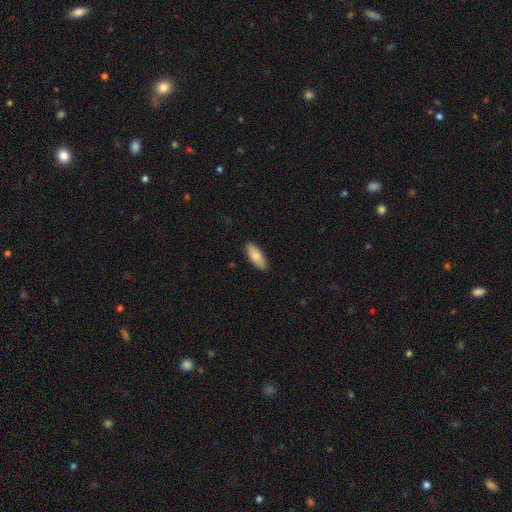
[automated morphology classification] smooth-or-featured: smooth: 83% | featured or disk: 11% | star or artifact: 6%
  how-rounded: in between: 83% | cigar-shaped: 15% | round: 2%
  merging: none: 88% | minor disturbance: 10% | major disturbance: 2% | merger: 1%